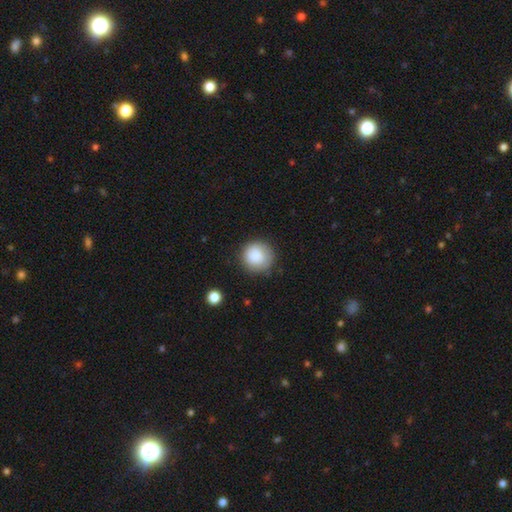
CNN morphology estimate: Smooth or featured? Predicted: smooth (p=0.86). How rounded? Predicted: round (p=0.94). Merging? Predicted: none (p=0.83).